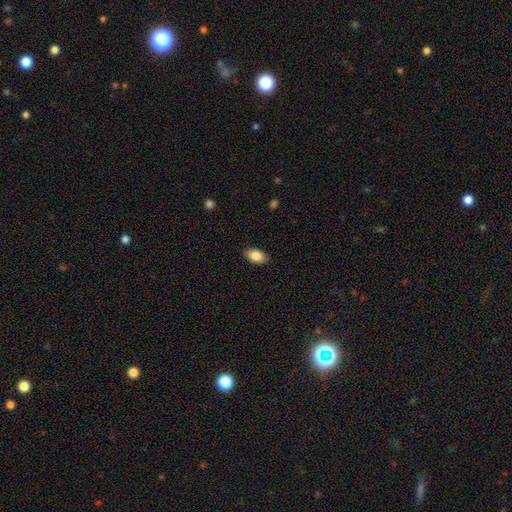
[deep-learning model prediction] A smooth galaxy with no disk features (85%) that is in between round and cigar-shaped (92%).

Vote fractions:
- Smooth or featured? smooth: 85% / featured or disk: 8% / star or artifact: 7%
- How rounded? in between: 92% / round: 6% / cigar-shaped: 2%
- Merging? none: 86% / minor disturbance: 10% / major disturbance: 2% / merger: 1%